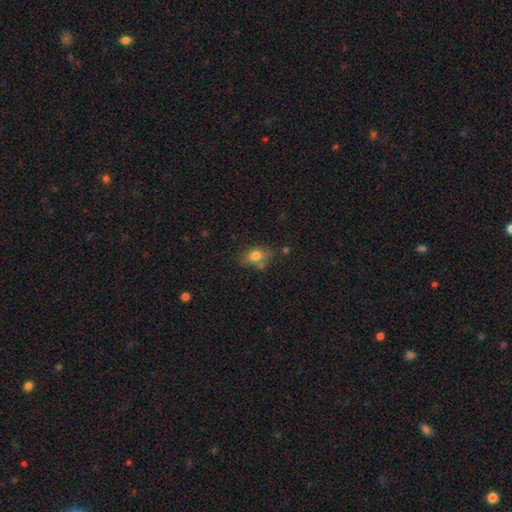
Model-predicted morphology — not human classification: Smooth or featured?
  - smooth: 76% *
  - featured or disk: 14%
  - star or artifact: 10%
How rounded?
  - in between: 74% *
  - round: 22%
  - cigar-shaped: 3%
Merging?
  - none: 59% *
  - minor disturbance: 24%
  - merger: 10%
  - major disturbance: 7%